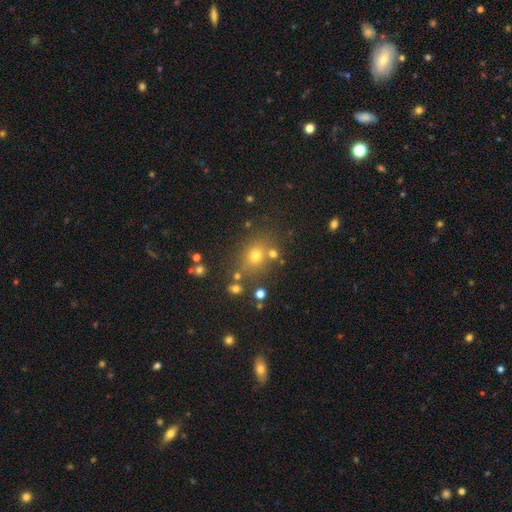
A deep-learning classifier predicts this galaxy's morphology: The model was most divided on "how rounded": round: 66%, in between: 33%, cigar-shaped: 1%. More confident: merging — none (74%); smooth or featured — smooth (67%).